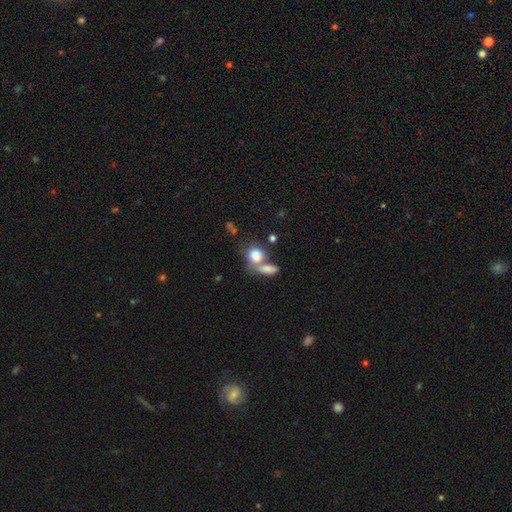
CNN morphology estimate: The model was most divided on "how rounded": in between: 52%, round: 45%, cigar-shaped: 3%. More confident: smooth or featured — smooth (81%); merging — merger (52%).